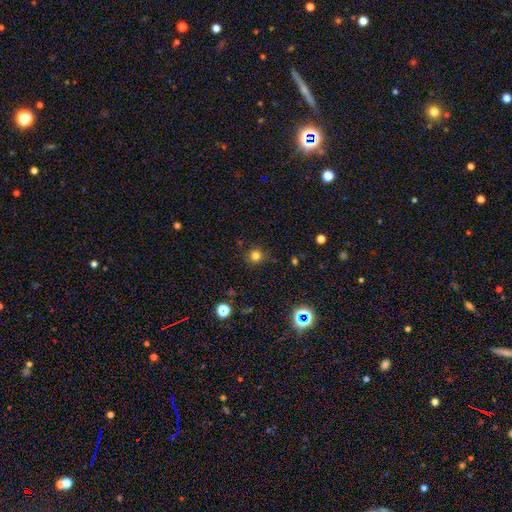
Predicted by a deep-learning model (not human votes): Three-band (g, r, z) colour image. It shows a smooth galaxy with no disk features (78%) that is round (94%). Merging: none (88%).